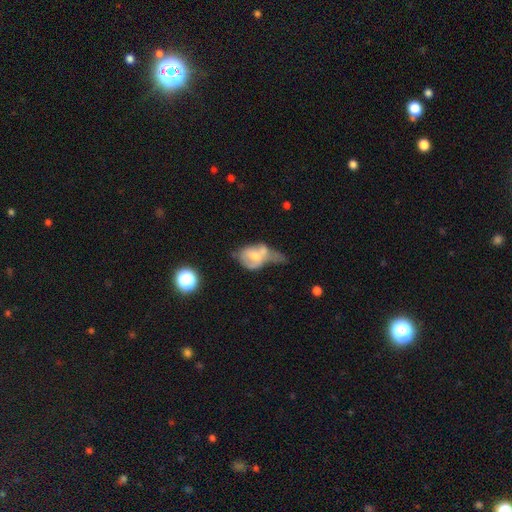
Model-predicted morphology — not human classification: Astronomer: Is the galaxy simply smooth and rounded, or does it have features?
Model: smooth — 48% (runner-up: featured or disk, 42%).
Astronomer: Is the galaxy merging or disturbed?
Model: merger — 38% (runner-up: major disturbance, 31%).